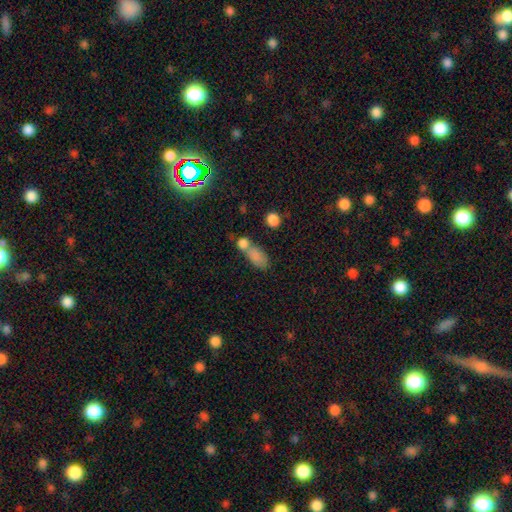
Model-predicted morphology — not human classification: A smooth galaxy with no disk features (81%) that is in between round and cigar-shaped (83%).

Vote fractions:
- Smooth or featured? smooth: 81% / star or artifact: 10% / featured or disk: 9%
- How rounded? in between: 83% / round: 9% / cigar-shaped: 8%
- Merging? merger: 44% / none: 36% / minor disturbance: 13% / major disturbance: 7%